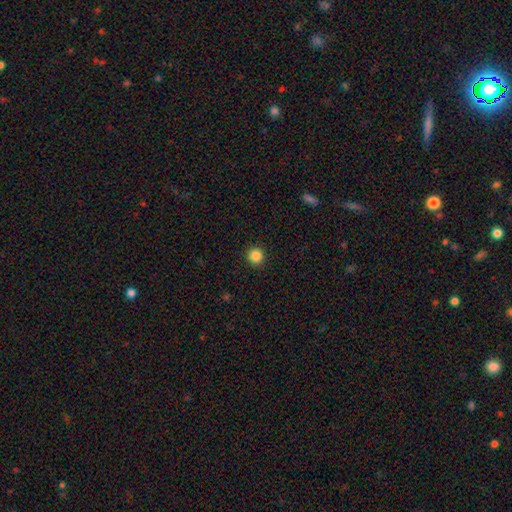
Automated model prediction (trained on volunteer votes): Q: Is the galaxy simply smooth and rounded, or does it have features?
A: smooth — 85%.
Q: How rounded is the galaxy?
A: round — 95%.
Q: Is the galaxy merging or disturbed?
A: none — 93%.